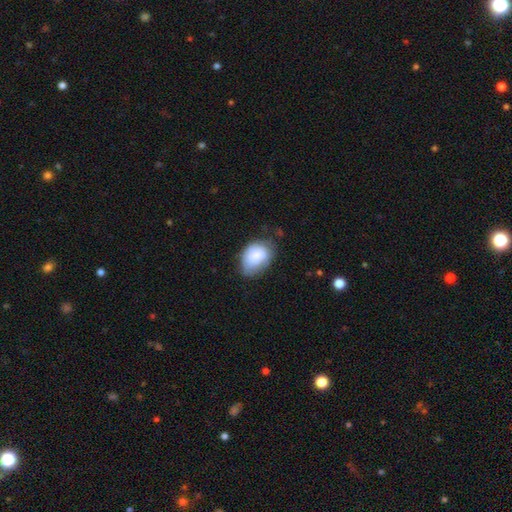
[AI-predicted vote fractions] This appears to be a smooth galaxy with no disk features (75%) that is in between round and cigar-shaped (76%). Merging: none (48%).